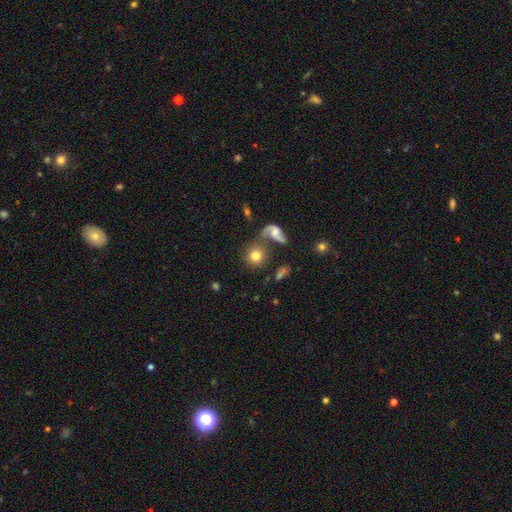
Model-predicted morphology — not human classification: Smooth or featured?
  - smooth: 75% *
  - featured or disk: 16%
  - star or artifact: 9%
How rounded?
  - round: 87% *
  - in between: 11%
  - cigar-shaped: 1%
Merging?
  - none: 58% *
  - merger: 23%
  - minor disturbance: 11%
  - major disturbance: 9%